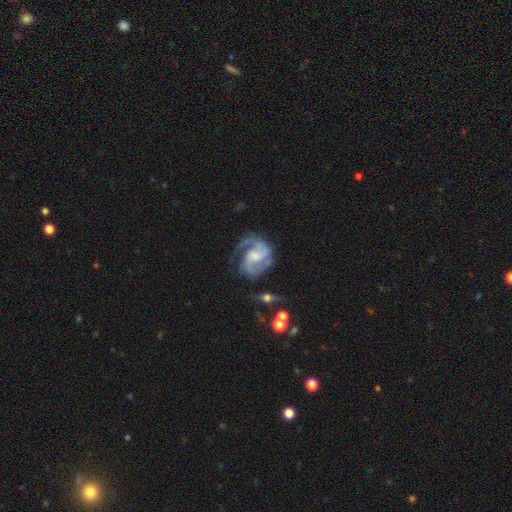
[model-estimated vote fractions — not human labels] Q: Smooth or featured?
A: featured or disk (88%); runner-up: smooth (7%)
Q: Edge-on disk?
A: no (98%); runner-up: yes (2%)
Q: Bar?
A: weak (50%); runner-up: no (36%)
Q: Spiral arms?
A: yes (97%); runner-up: no (3%)
Q: Spiral winding?
A: medium (53%); runner-up: tight (28%)
Q: Spiral arm count?
A: 2 (77%); runner-up: 3 (8%)
Q: Bulge size?
A: moderate (35%); tied with: small (35%)
Q: Merging?
A: none (58%); runner-up: minor disturbance (21%)